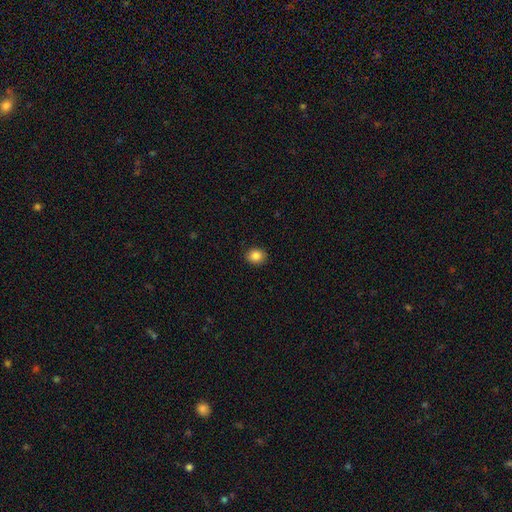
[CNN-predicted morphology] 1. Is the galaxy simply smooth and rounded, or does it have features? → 85% smooth, 10% star or artifact, 5% featured or disk.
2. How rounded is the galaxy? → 63% round, 36% in between, 1% cigar-shaped.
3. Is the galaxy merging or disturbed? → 90% none, 7% minor disturbance, 2% major disturbance, 1% merger.